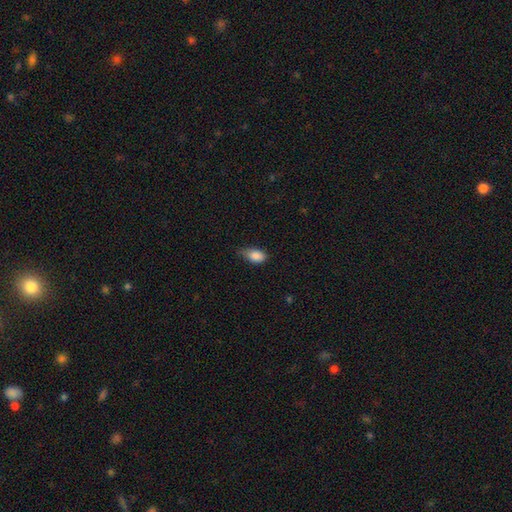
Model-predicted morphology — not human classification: Smooth or featured: smooth — 86% (star or artifact — 7%)
How rounded: in between — 89% (round — 8%)
Merging: minor disturbance — 46% (none — 43%)